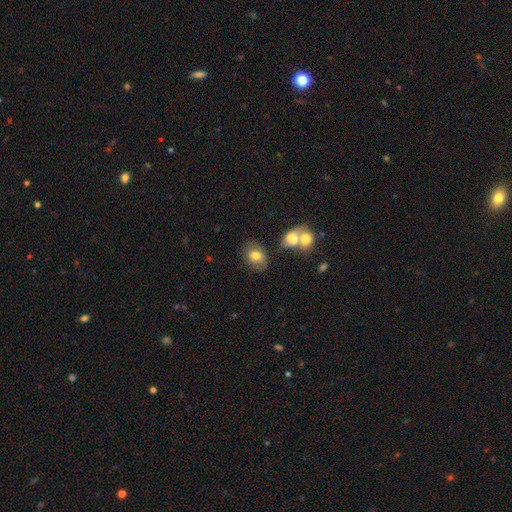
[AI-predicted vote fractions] Smooth or featured? Predicted: smooth (p=0.77). How rounded? Predicted: in between (p=0.62). Merging? Predicted: none (p=0.67).